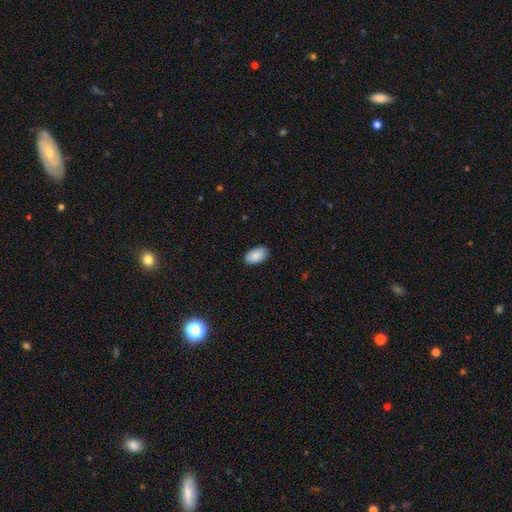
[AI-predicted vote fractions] The model was most divided on "merging": none: 88%, minor disturbance: 9%, major disturbance: 2%, merger: 1%. More confident: how rounded — in between (94%); smooth or featured — smooth (88%).